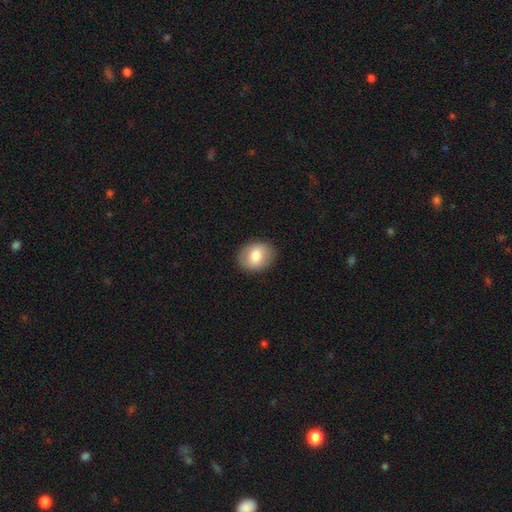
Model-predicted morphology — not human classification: type=smooth (78%); roundness=in between (50%); merging=none (88%).